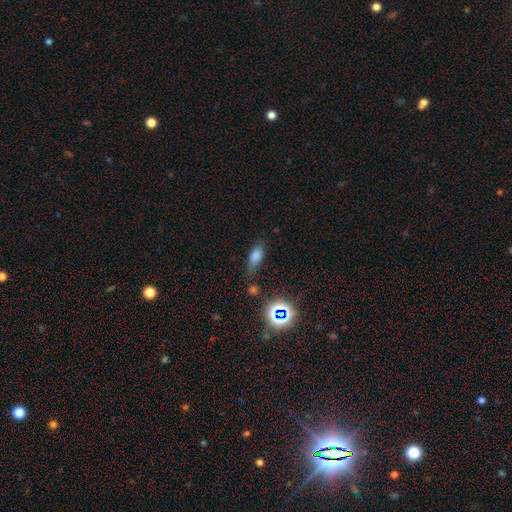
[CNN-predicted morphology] Smooth or featured? Predicted: smooth (p=0.71). How rounded? Predicted: in between (p=0.76). Merging? Predicted: none (p=0.66).